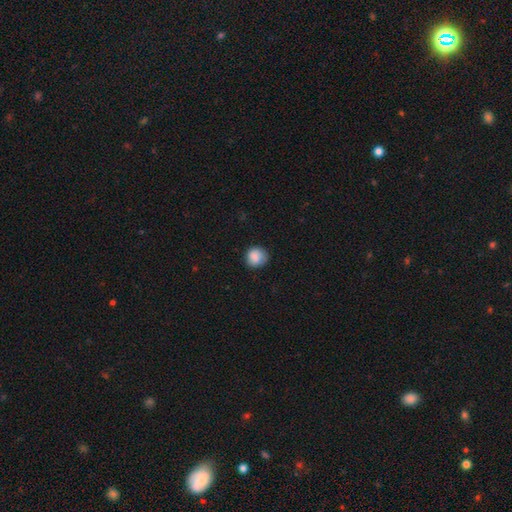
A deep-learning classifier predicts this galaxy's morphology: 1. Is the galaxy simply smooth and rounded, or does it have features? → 86% smooth, 8% star or artifact, 6% featured or disk.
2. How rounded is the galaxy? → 86% round, 13% in between, 1% cigar-shaped.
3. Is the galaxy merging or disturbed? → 75% none, 20% minor disturbance, 4% major disturbance, 1% merger.